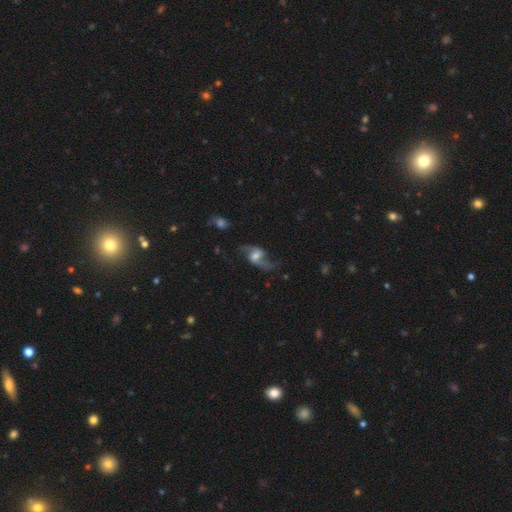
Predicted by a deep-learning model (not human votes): A featured or disk galaxy (81%) with a weak bar (49%), 2 (92%) loose (79%) spiral arms (94%) and a moderate central bulge (50%). Merging: none (69%).